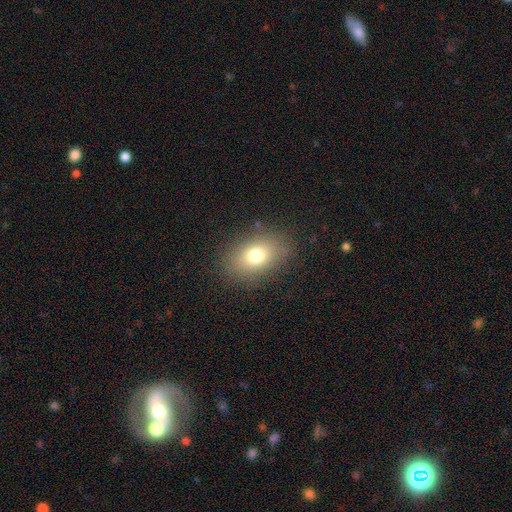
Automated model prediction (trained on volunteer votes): Smooth or featured: smooth — 75% (featured or disk — 13%)
How rounded: in between — 78% (round — 21%)
Merging: none — 84% (minor disturbance — 10%)